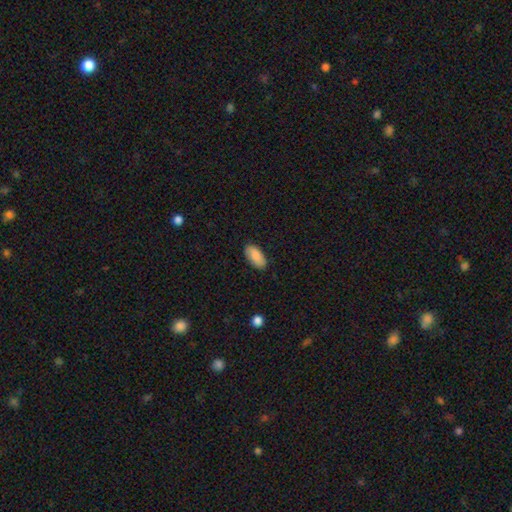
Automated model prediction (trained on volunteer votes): Smooth or featured: smooth — 83% (featured or disk — 10%)
How rounded: in between — 93% (cigar-shaped — 5%)
Merging: none — 83% (minor disturbance — 13%)